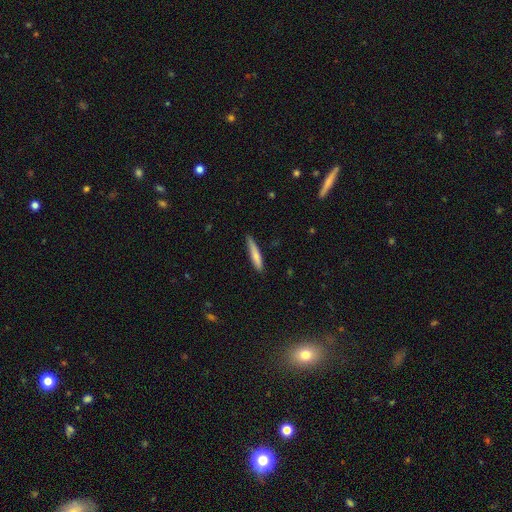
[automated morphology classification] Smooth or featured? smooth (74%)
How rounded? cigar-shaped (91%)
Merging? none (76%)